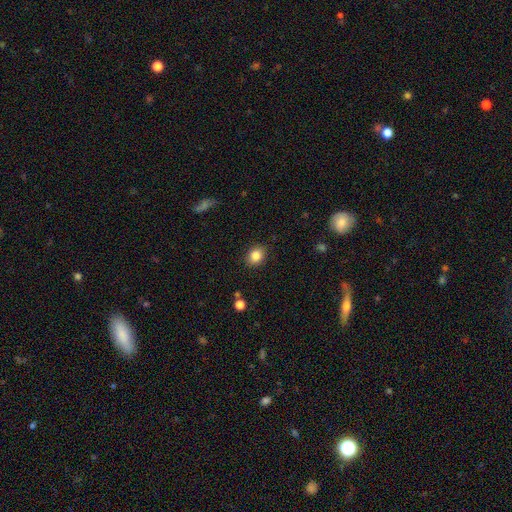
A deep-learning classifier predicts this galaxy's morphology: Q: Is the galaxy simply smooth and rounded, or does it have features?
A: smooth — 84%.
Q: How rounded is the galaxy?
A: round — 52%.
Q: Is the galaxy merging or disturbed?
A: none — 87%.